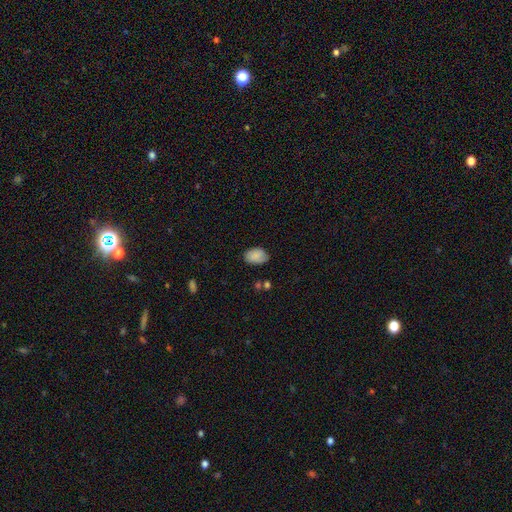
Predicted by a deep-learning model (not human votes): This is clearly a smooth galaxy (87%). How rounded: clearly in between (85%). Merging: likely none (76%).